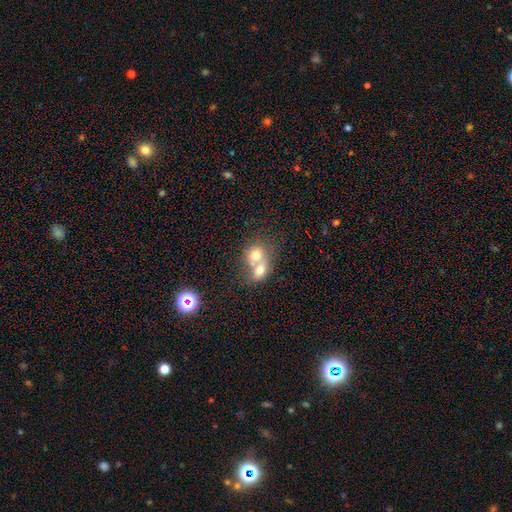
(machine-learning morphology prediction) Smooth or featured: smooth — 69% (featured or disk — 22%)
How rounded: round — 62% (in between — 37%)
Merging: merger — 74% (none — 19%)